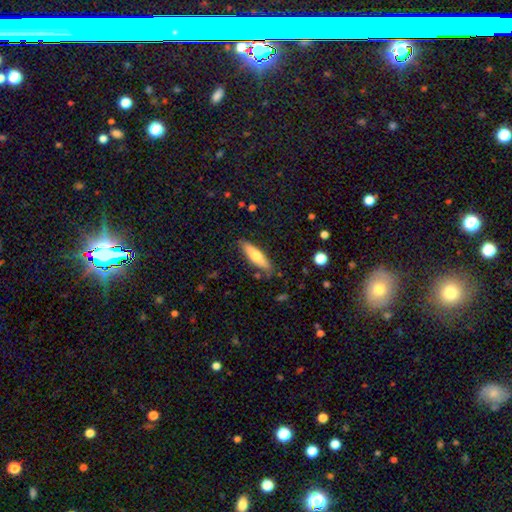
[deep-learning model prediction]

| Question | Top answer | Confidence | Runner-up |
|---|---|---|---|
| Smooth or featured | smooth | 64% | featured or disk (30%) |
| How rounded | cigar-shaped | 64% | in between (35%) |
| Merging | none | 82% | minor disturbance (13%) |